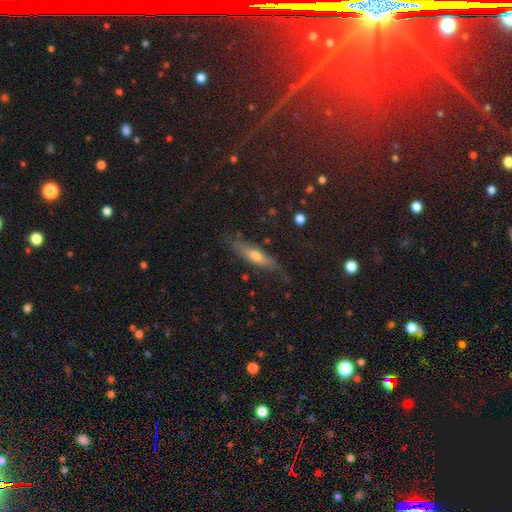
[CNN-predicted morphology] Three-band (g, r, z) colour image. It shows a featured or disk galaxy (46%). Merging: none (71%).